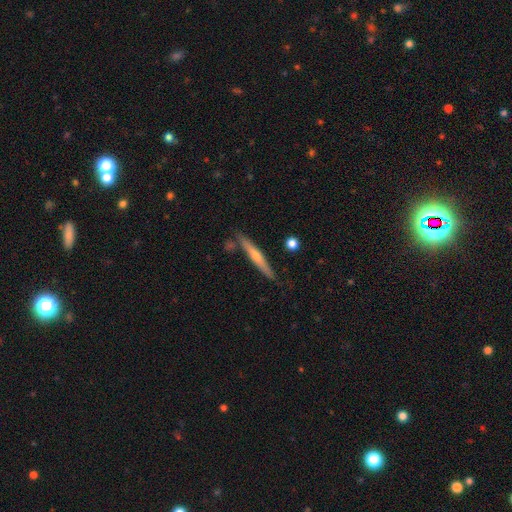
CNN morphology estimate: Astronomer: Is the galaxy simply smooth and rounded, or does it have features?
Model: featured or disk — 62%.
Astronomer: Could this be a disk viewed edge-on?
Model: yes — 96%.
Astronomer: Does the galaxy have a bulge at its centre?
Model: rounded — 81%.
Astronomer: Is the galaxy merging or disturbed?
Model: none — 82%.